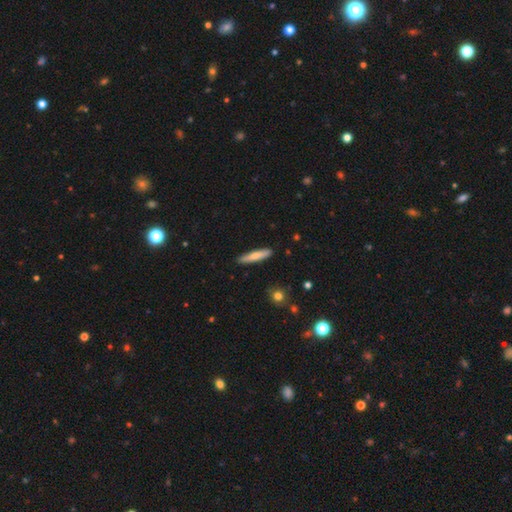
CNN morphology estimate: A smooth galaxy with no disk features (72%) that is cigar-shaped (89%). Merging: none (90%).